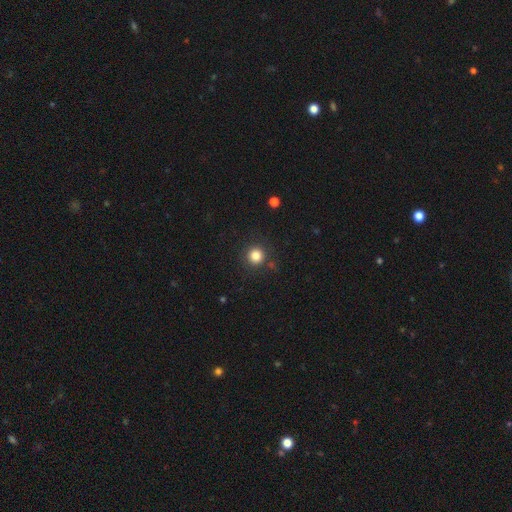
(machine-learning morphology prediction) Overall: smooth (83%). How rounded: round (94%). Merging: none (88%).